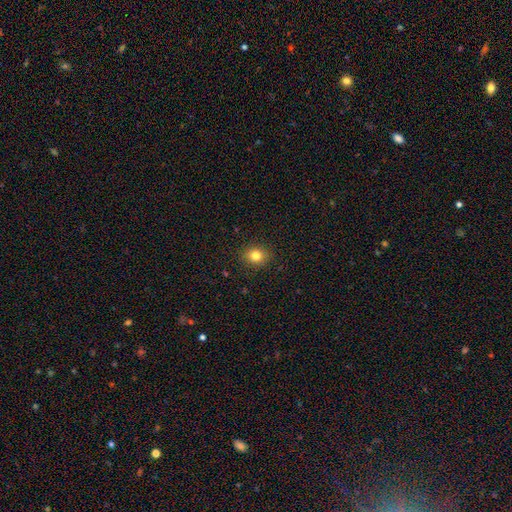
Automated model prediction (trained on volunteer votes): Overall: smooth (81%). How rounded: round (74%). Merging: none (90%).